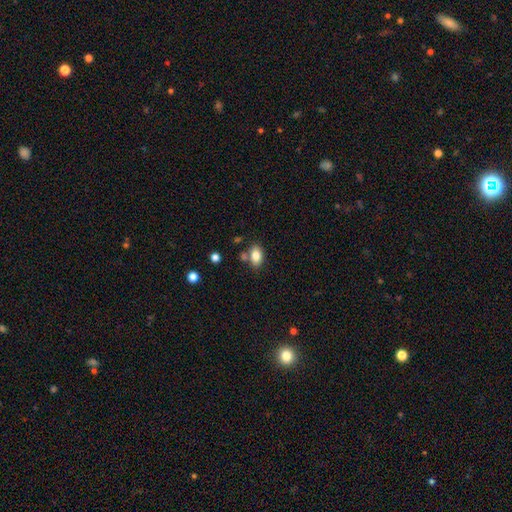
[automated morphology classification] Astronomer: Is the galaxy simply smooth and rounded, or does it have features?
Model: smooth — 83%.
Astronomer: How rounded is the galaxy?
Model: in between — 87%.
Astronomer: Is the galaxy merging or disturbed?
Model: none — 70%.